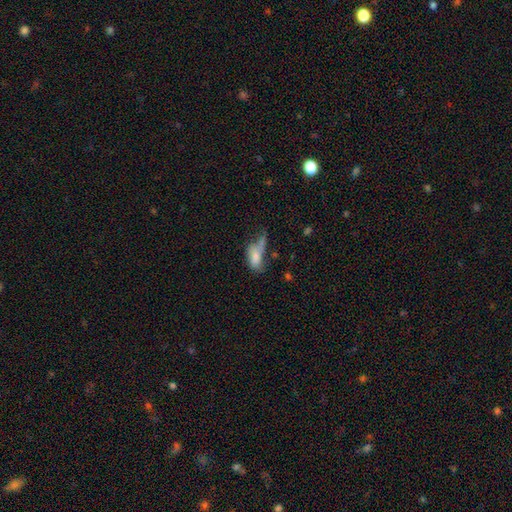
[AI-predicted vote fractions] Smooth or featured? smooth (70%)
How rounded? in between (88%)
Merging? major disturbance (37%)